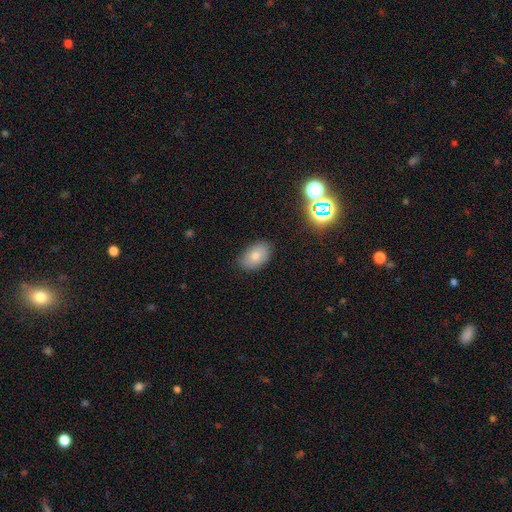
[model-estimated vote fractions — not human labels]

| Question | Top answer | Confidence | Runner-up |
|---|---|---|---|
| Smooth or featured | smooth | 75% | featured or disk (14%) |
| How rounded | in between | 88% | round (11%) |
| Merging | none | 82% | minor disturbance (14%) |